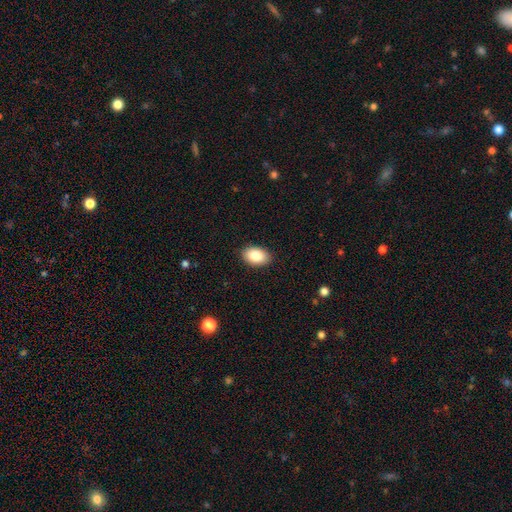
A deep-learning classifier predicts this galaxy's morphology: Smooth or featured? smooth (87%)
How rounded? in between (91%)
Merging? none (89%)